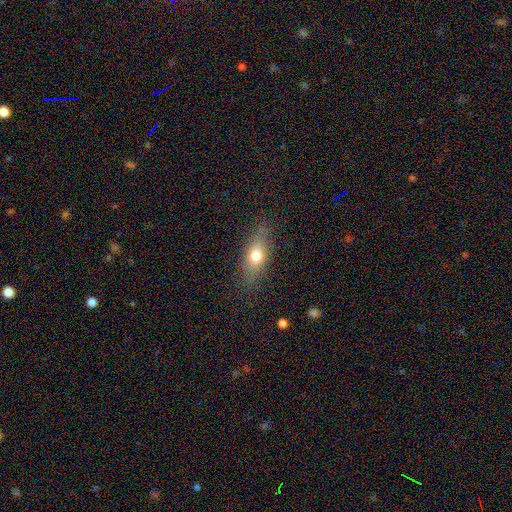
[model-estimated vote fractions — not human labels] This appears to be a smooth galaxy with no disk features (68%) that is in between round and cigar-shaped (70%). Merging: none (79%).